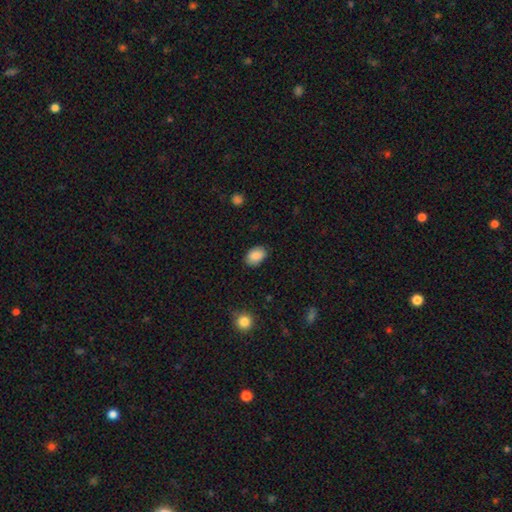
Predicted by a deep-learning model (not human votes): Overall: smooth (88%). How rounded: in between (86%). Merging: none (83%).